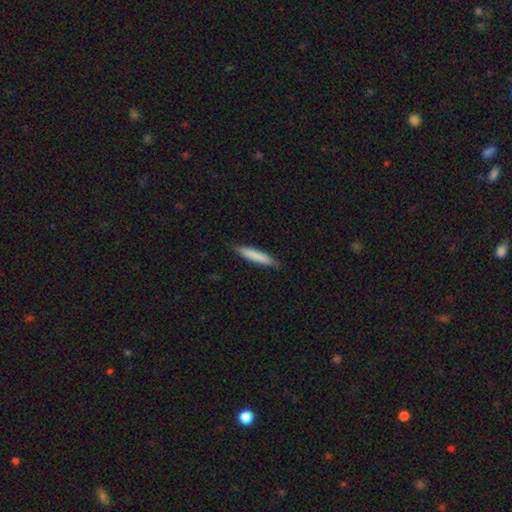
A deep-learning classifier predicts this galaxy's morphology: Smooth or featured? smooth (80%)
How rounded? cigar-shaped (91%)
Merging? none (87%)